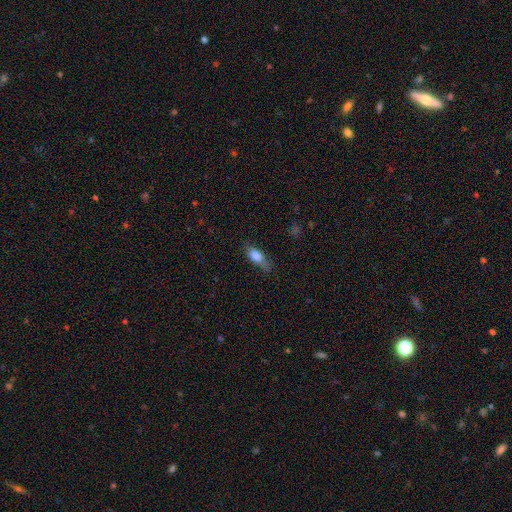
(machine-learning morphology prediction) smooth-or-featured: smooth: 77% | featured or disk: 15% | star or artifact: 8%
  how-rounded: in between: 70% | cigar-shaped: 25% | round: 5%
  merging: none: 58% | minor disturbance: 30% | major disturbance: 10% | merger: 2%